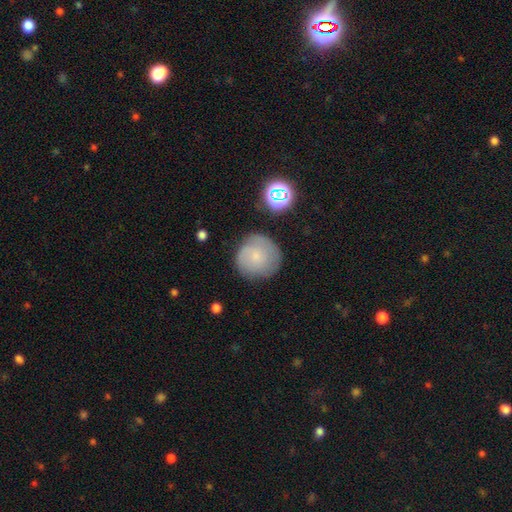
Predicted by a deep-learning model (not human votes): smooth 67%, featured or disk 23%, star or artifact 10%. Down the decision tree: how rounded — round (93%); merging — none (74%).